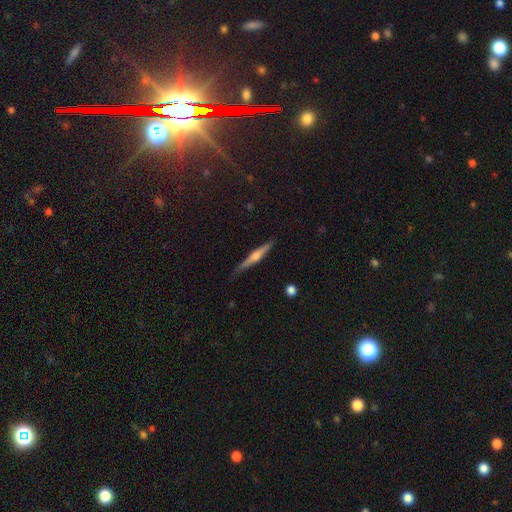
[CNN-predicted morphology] A featured or disk galaxy (64%) viewed edge-on (97%) with a rounded central bulge (85%). Merging: none (86%).